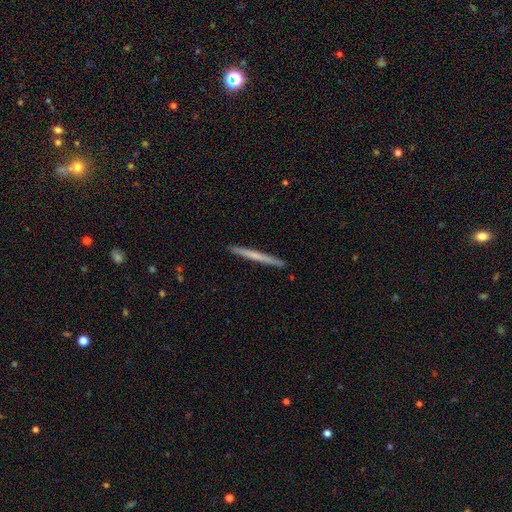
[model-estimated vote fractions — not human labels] Smooth or featured? Predicted: smooth (p=0.53). How rounded? Predicted: cigar-shaped (p=0.97). Merging? Predicted: none (p=0.93).